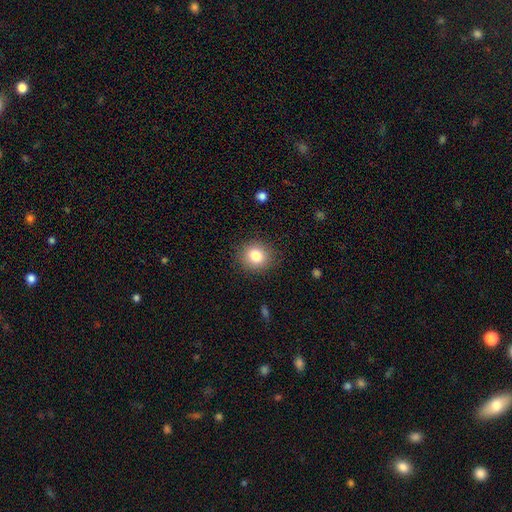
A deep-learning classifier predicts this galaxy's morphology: This is clearly a smooth galaxy (82%). How rounded: clearly round (83%). Merging: clearly none (88%).